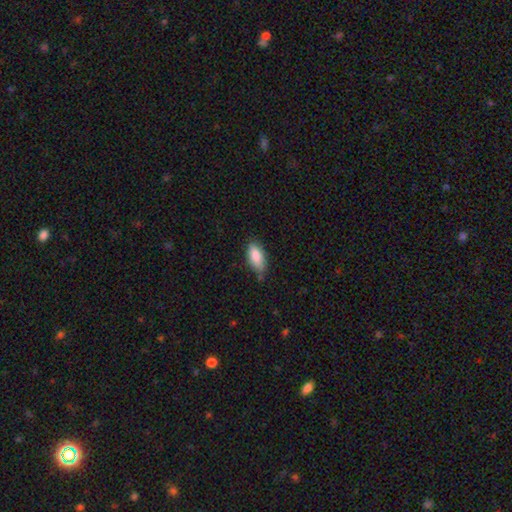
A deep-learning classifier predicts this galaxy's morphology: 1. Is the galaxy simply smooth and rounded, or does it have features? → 85% smooth, 8% featured or disk, 7% star or artifact.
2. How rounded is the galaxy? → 88% in between, 10% cigar-shaped, 2% round.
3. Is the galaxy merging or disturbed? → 68% none, 26% minor disturbance, 4% major disturbance, 3% merger.